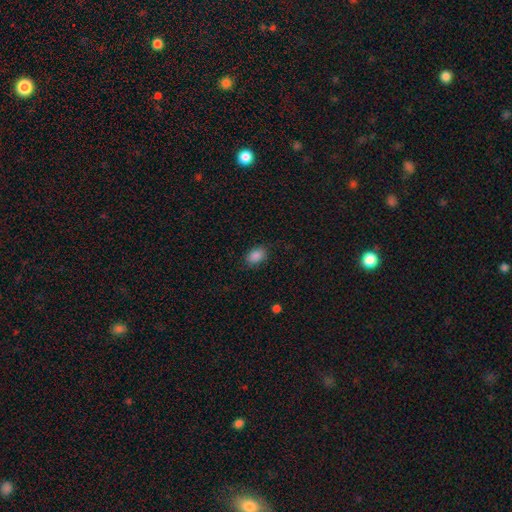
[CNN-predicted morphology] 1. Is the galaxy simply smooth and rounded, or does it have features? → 87% smooth, 9% star or artifact, 4% featured or disk.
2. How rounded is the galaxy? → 82% in between, 17% round, 1% cigar-shaped.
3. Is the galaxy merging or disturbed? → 83% none, 13% minor disturbance, 3% major disturbance, 1% merger.